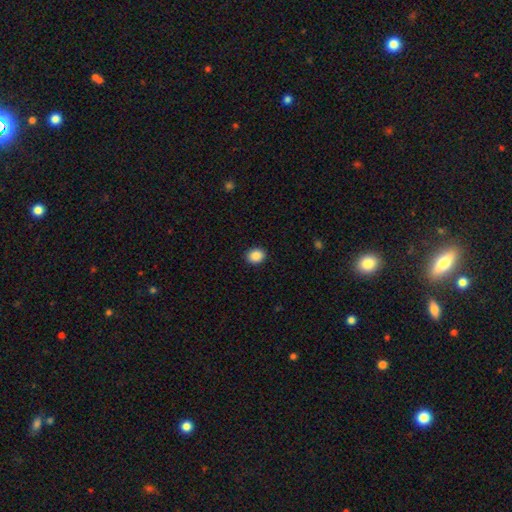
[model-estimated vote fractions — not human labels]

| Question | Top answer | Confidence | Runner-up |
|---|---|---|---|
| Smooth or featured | smooth | 88% | star or artifact (8%) |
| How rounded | round | 51% | in between (48%) |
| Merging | none | 91% | minor disturbance (6%) |